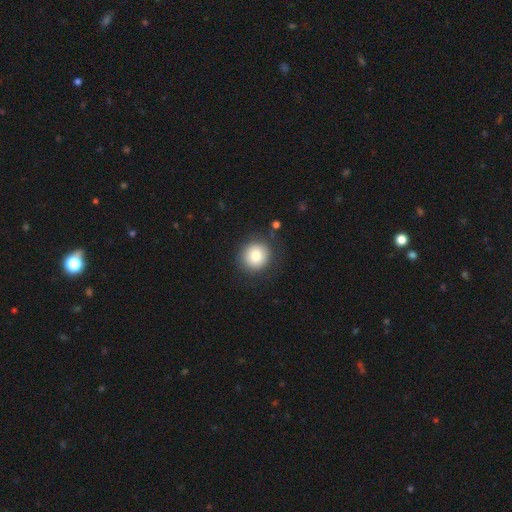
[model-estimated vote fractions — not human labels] Overall: smooth (82%). How rounded: round (92%). Merging: none (87%).